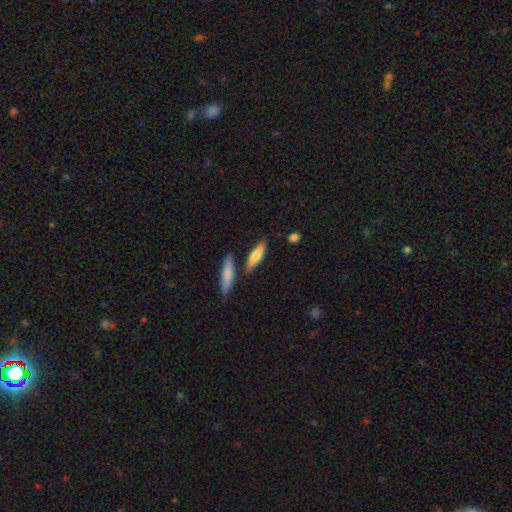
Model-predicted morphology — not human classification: Smooth or featured: smooth — 76% (featured or disk — 18%)
How rounded: cigar-shaped — 67% (in between — 31%)
Merging: none — 73% (minor disturbance — 12%)